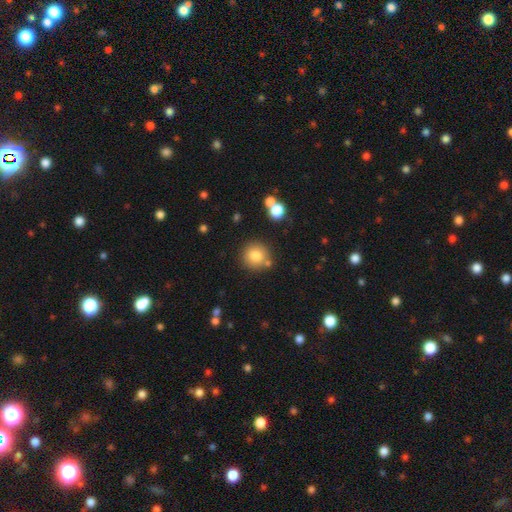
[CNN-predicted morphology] Overall: smooth (81%). How rounded: round (93%). Merging: none (78%).